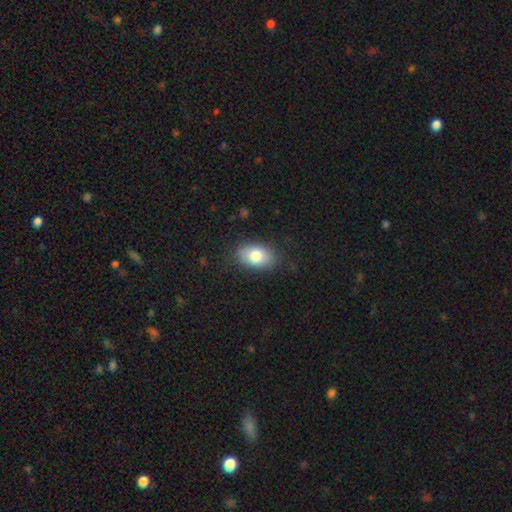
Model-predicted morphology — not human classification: This is clearly a smooth galaxy (80%). How rounded: clearly in between (87%). Merging: clearly none (82%).